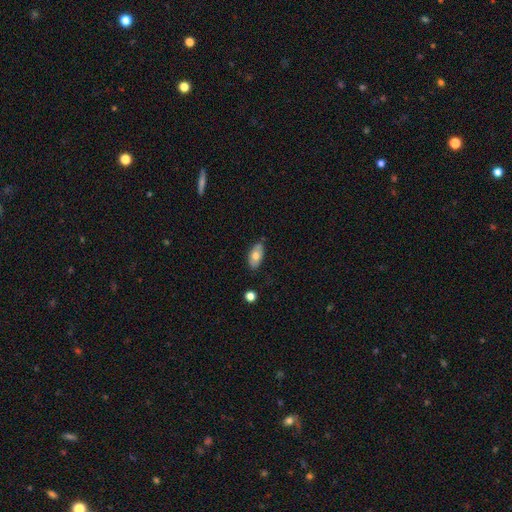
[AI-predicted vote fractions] A smooth galaxy with no disk features (66%) that is in between round and cigar-shaped (92%). Merging: none (76%).